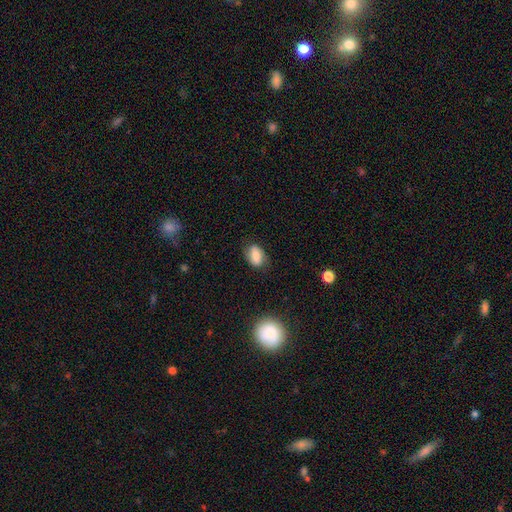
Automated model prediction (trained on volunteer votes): smooth 78%, featured or disk 13%, star or artifact 9%. Down the decision tree: how rounded — in between (85%); merging — none (72%).